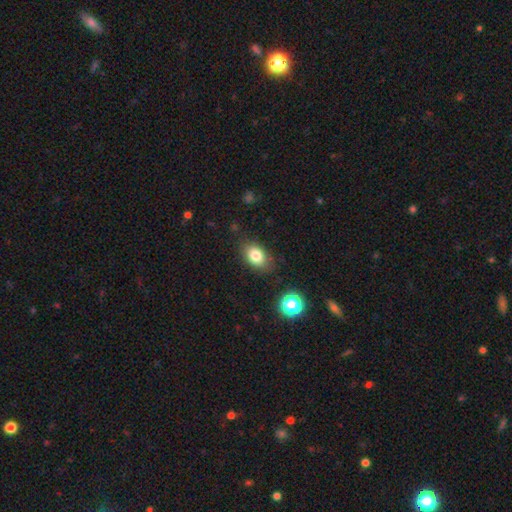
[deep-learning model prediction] Q: Smooth or featured?
A: smooth (81%); runner-up: star or artifact (10%)
Q: How rounded?
A: in between (77%); runner-up: round (21%)
Q: Merging?
A: none (80%); runner-up: minor disturbance (14%)